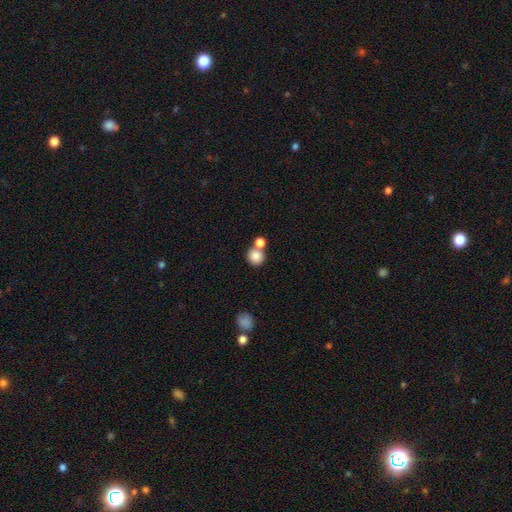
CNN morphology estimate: smooth_or_featured: smooth (p=0.83) [alt: star or artifact p=0.10]
how_rounded: round (p=0.90) [alt: in between p=0.09]
merging: none (p=0.53) [alt: merger p=0.37]